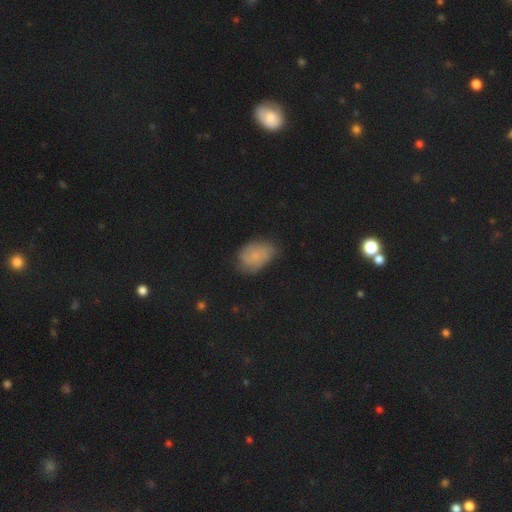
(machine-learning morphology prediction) Overall: smooth (55%; featured or disk 27%). How rounded: in between (82%). Merging: none (63%; minor disturbance 26%).